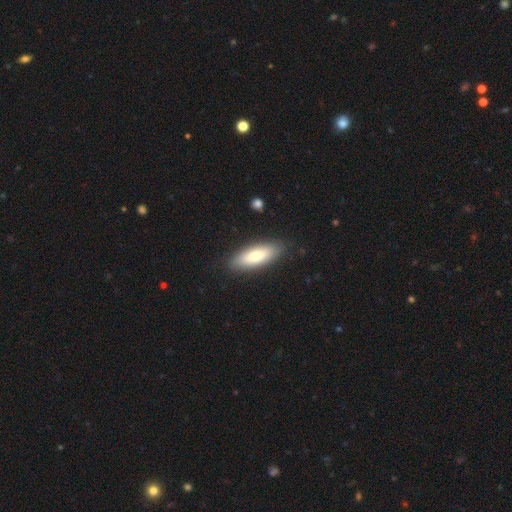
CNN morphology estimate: Smooth or featured? smooth (71%)
How rounded? in between (67%)
Merging? none (87%)